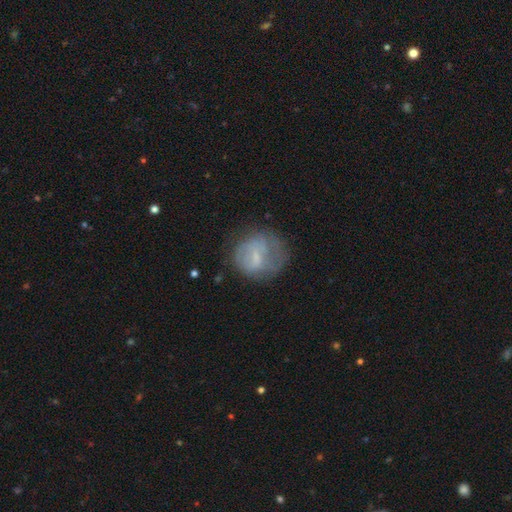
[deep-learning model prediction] This appears to be a smooth galaxy with no disk features (46%). Merging: none (52%).